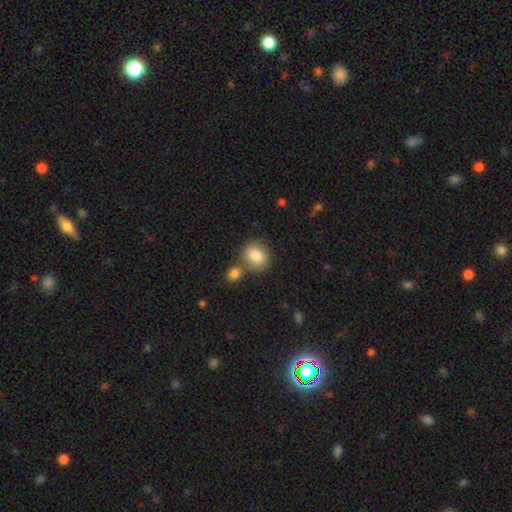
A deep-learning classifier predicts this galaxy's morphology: A smooth galaxy with no disk features (84%) that is round (66%). Merging: none (61%).